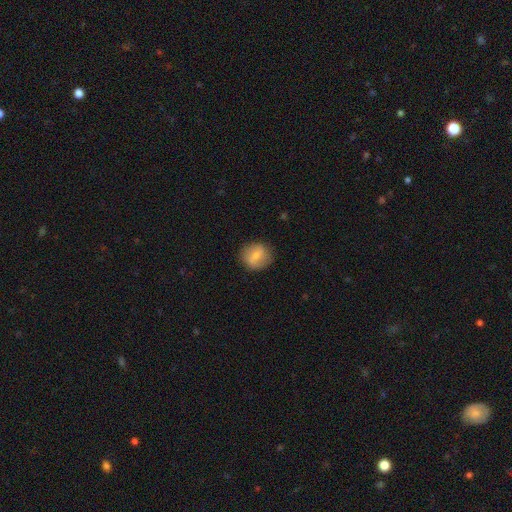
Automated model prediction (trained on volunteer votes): Overall: smooth (61%; featured or disk 31%). How rounded: round (81%). Merging: none (83%).